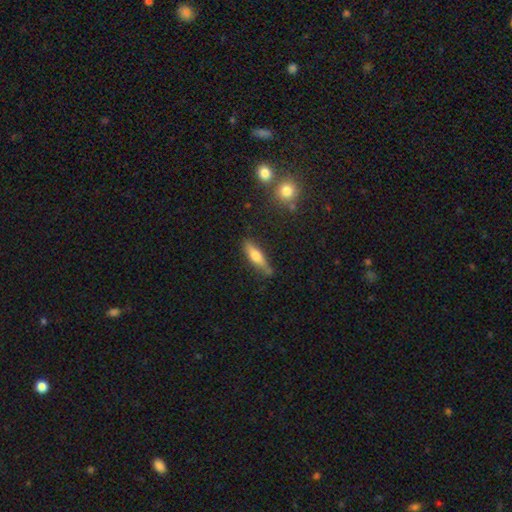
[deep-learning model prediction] Overall: smooth (64%; featured or disk 29%). How rounded: cigar-shaped (64%; in between 34%). Merging: none (73%).